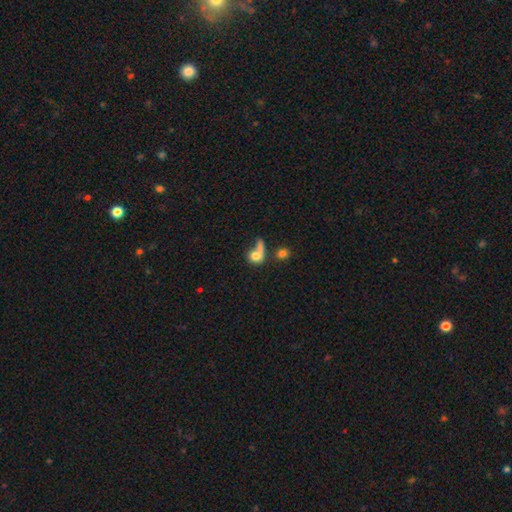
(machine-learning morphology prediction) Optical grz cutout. It shows a smooth galaxy with no disk features (68%) that is round (60%). Merging: merger (34%).